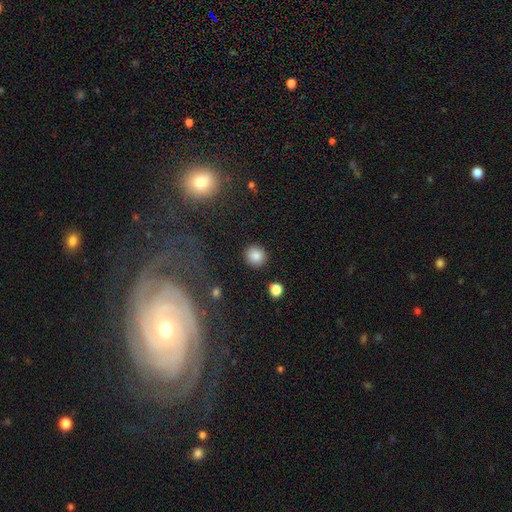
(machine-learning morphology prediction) smooth-or-featured: smooth: 85% | star or artifact: 10% | featured or disk: 5%
  how-rounded: round: 89% | in between: 10% | cigar-shaped: 1%
  merging: none: 90% | minor disturbance: 6% | major disturbance: 2% | merger: 2%